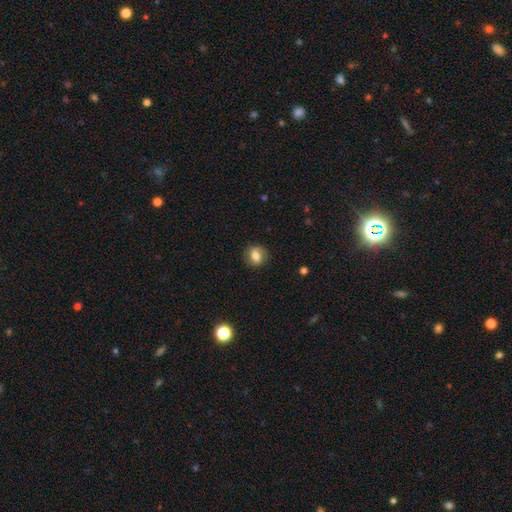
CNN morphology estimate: Overall: smooth (60%; featured or disk 29%). How rounded: round (64%; in between 35%). Merging: none (82%).